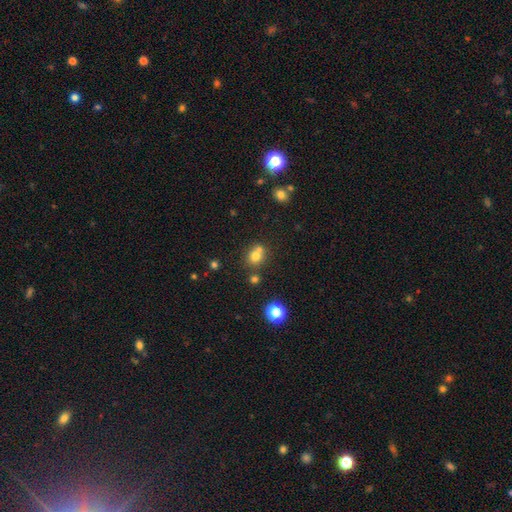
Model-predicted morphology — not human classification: This appears to be a smooth galaxy with no disk features (73%) that is round (76%). Merging: none (53%).